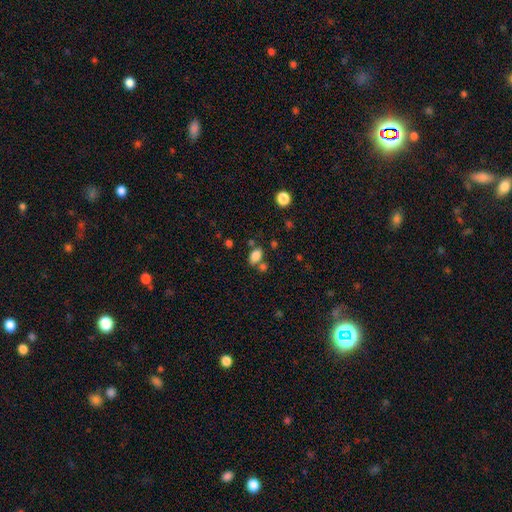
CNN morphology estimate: Q: Smooth or featured?
A: smooth (83%); runner-up: star or artifact (11%)
Q: How rounded?
A: in between (86%); runner-up: round (12%)
Q: Merging?
A: none (61%); runner-up: merger (21%)